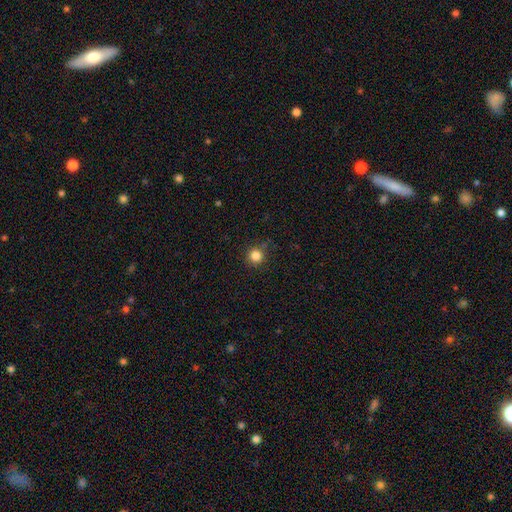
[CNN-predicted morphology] The model was most divided on "smooth or featured": smooth: 84%, star or artifact: 12%, featured or disk: 4%. More confident: how rounded — round (94%); merging — none (86%).